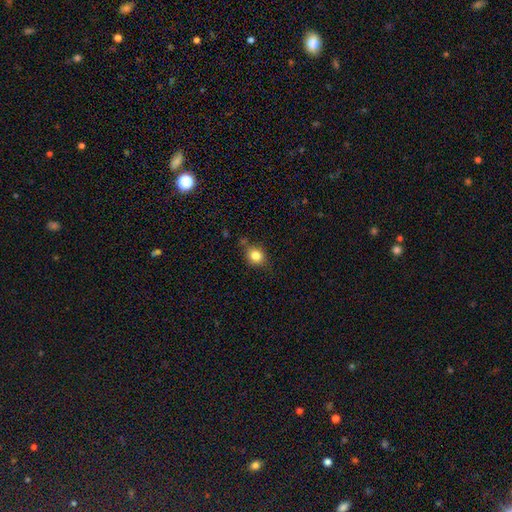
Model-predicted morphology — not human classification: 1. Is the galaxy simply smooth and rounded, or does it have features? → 81% smooth, 11% star or artifact, 8% featured or disk.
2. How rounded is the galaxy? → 72% round, 27% in between, 1% cigar-shaped.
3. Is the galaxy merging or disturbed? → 71% none, 19% minor disturbance, 5% merger, 5% major disturbance.